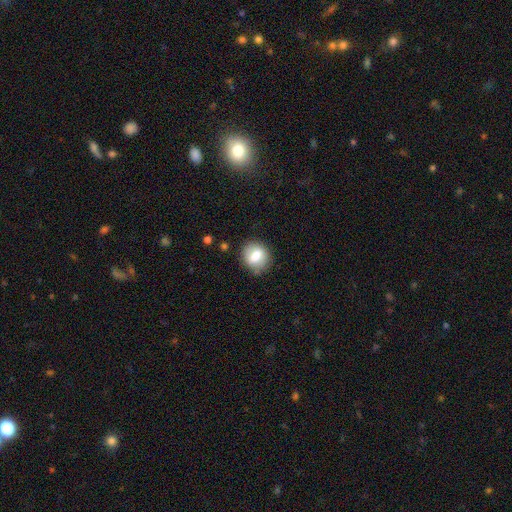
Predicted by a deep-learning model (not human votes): This appears to be a smooth galaxy with no disk features (72%) that is round (70%). Merging: none (77%).